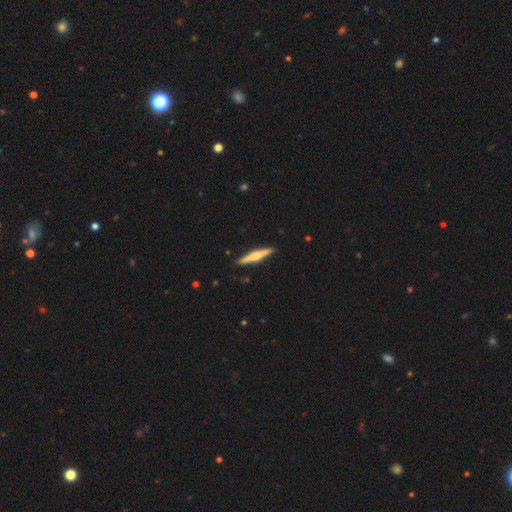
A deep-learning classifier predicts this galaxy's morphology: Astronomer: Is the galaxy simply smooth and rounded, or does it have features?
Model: featured or disk — 68%.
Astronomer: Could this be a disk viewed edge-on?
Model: yes — 98%.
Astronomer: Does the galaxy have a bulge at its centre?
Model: rounded — 91%.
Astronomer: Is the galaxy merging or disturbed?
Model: none — 91%.